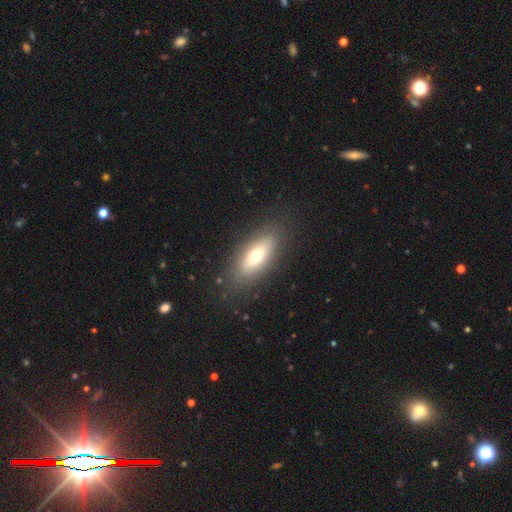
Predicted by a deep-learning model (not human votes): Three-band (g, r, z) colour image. It shows a smooth galaxy with no disk features (59%) that is in between round and cigar-shaped (79%). Merging: none (82%).